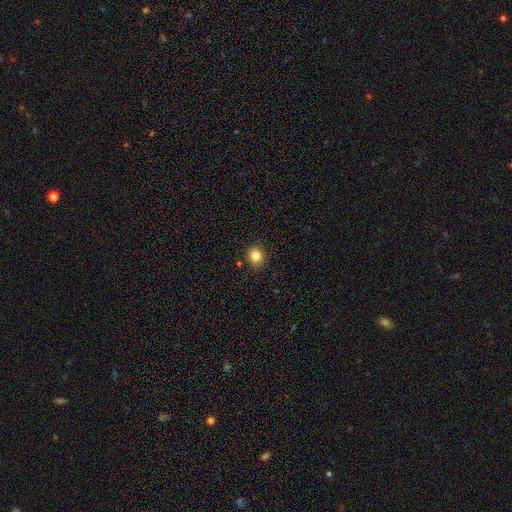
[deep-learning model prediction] This is clearly a smooth galaxy (83%). How rounded: clearly round (87%). Merging: clearly none (90%).